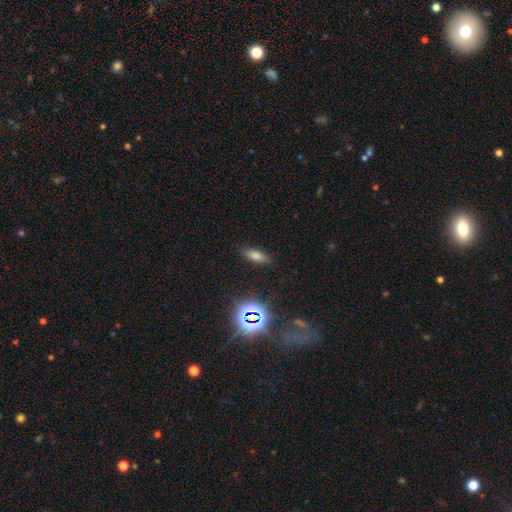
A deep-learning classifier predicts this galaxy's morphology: Smooth or featured?
  - smooth: 65% *
  - star or artifact: 23%
  - featured or disk: 12%
How rounded?
  - in between: 67% *
  - cigar-shaped: 28%
  - round: 6%
Merging?
  - none: 84% *
  - minor disturbance: 11%
  - major disturbance: 3%
  - merger: 2%